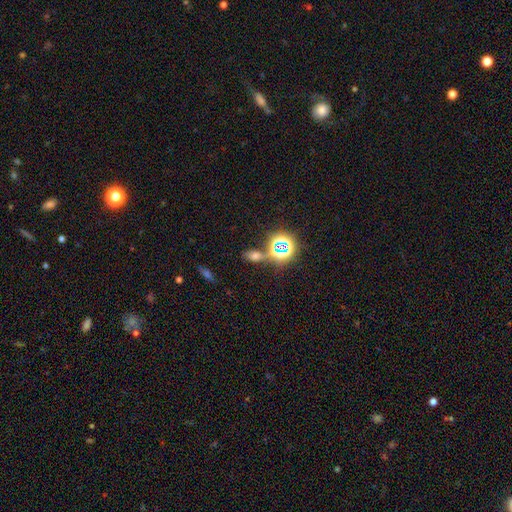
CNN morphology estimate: A smooth galaxy with no disk features (47%).

Vote fractions:
- Smooth or featured? smooth: 47% / star or artifact: 41% / featured or disk: 13%
- Merging? none: 68% / merger: 15% / minor disturbance: 12% / major disturbance: 5%